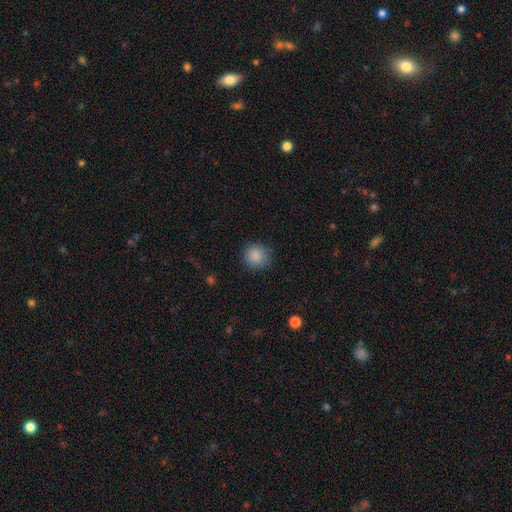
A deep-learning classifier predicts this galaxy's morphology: smooth 87%, star or artifact 9%, featured or disk 4%. Down the decision tree: how rounded — round (92%); merging — none (86%).